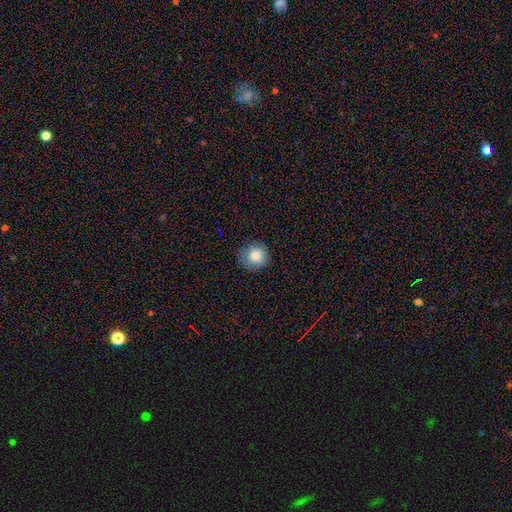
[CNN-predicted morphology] This appears to be a smooth galaxy with no disk features (83%) that is round (88%). Merging: none (78%).